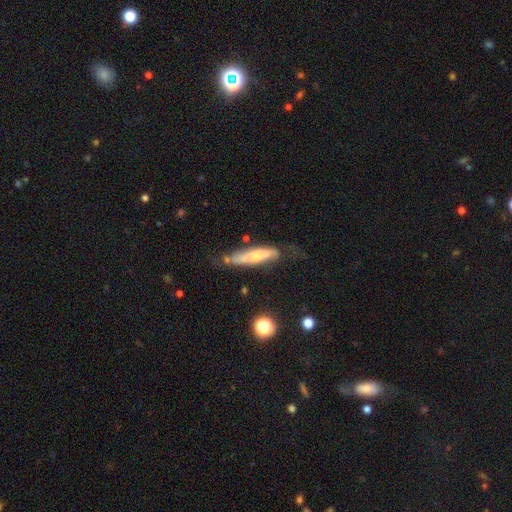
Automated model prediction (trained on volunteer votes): featured or disk 51%, smooth 43%, star or artifact 6%. Down the decision tree: edge-on disk — no (51%); merging — none (54%).